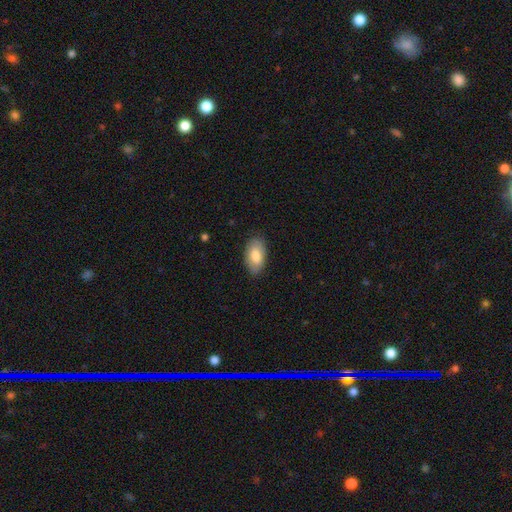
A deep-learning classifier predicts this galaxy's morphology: A smooth galaxy with no disk features (79%) that is in between round and cigar-shaped (95%). Merging: none (84%).